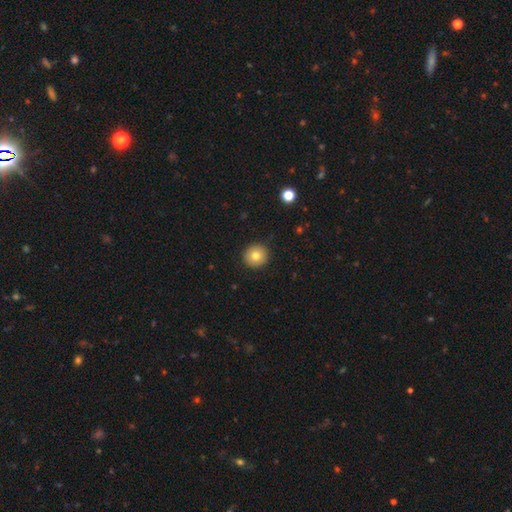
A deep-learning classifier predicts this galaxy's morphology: type=smooth (79%); roundness=round (94%); merging=none (92%).